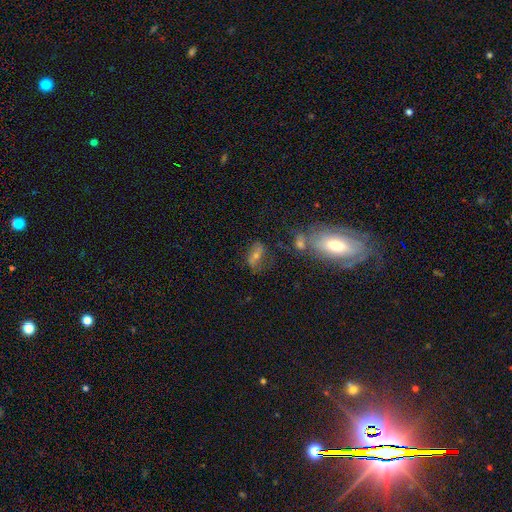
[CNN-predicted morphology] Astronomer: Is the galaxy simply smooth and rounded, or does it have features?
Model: featured or disk — 45% (runner-up: smooth, 35%).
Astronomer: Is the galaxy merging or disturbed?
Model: none — 59%.